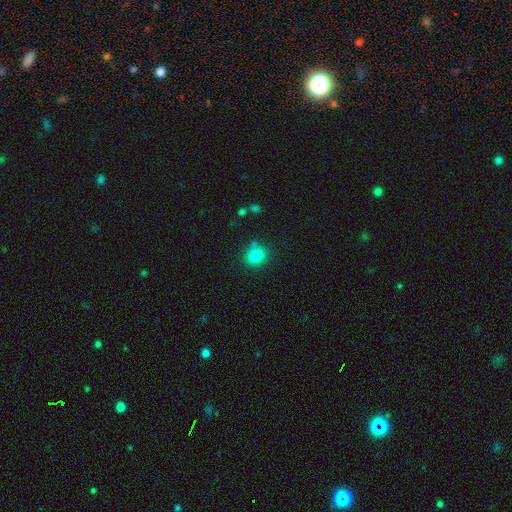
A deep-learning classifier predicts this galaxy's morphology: A smooth galaxy with no disk features (84%) that is round (81%).

Vote fractions:
- Smooth or featured? smooth: 84% / star or artifact: 11% / featured or disk: 6%
- How rounded? round: 81% / in between: 18% / cigar-shaped: 1%
- Merging? none: 77% / minor disturbance: 12% / merger: 8% / major disturbance: 4%